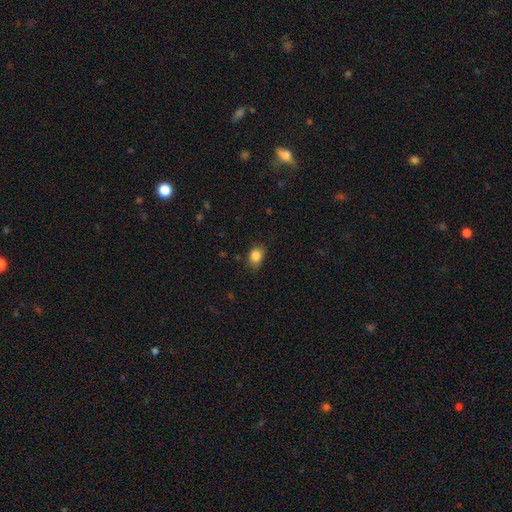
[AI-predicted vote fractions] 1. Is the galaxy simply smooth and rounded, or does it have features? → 85% smooth, 10% star or artifact, 5% featured or disk.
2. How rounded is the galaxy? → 66% in between, 33% round, 1% cigar-shaped.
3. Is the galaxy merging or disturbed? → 75% none, 20% minor disturbance, 4% major disturbance, 1% merger.